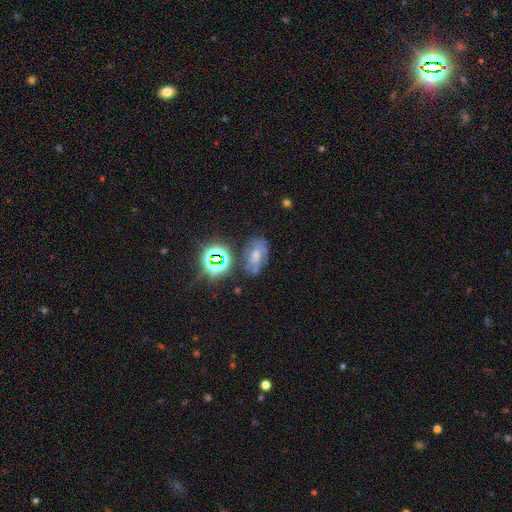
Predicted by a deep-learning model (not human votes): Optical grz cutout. It shows a featured or disk galaxy (40%). Merging: none (51%).